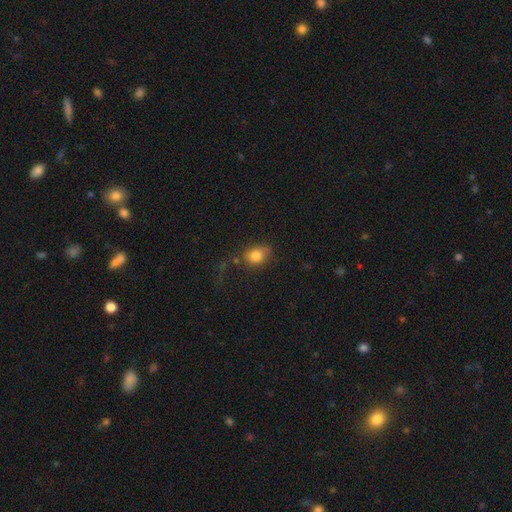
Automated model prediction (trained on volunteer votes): Smooth or featured: smooth — 80% (featured or disk — 10%)
How rounded: in between — 59% (round — 39%)
Merging: none — 54% (minor disturbance — 27%)